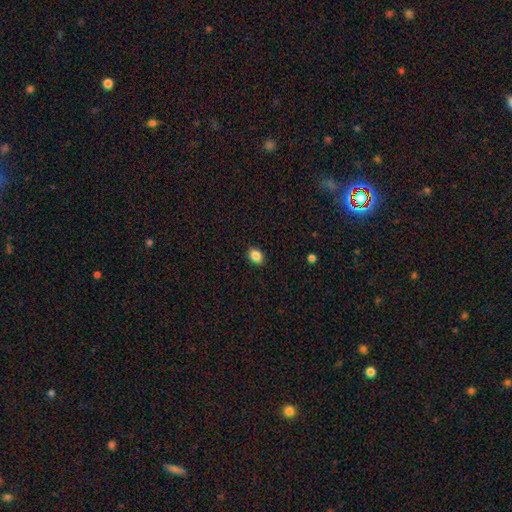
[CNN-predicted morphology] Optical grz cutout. It shows a smooth galaxy with no disk features (86%) that is in between round and cigar-shaped (64%). Merging: none (90%).